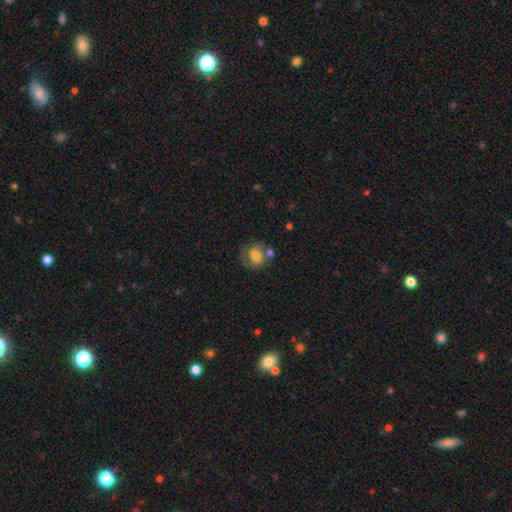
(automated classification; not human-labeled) This is likely a smooth galaxy (64%). How rounded: likely round (69%). Merging: possibly none (51%).